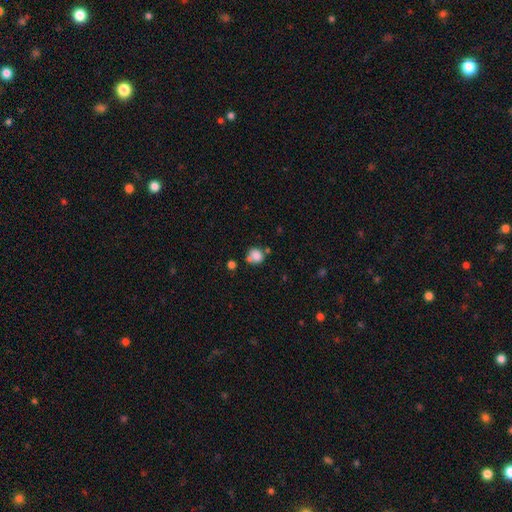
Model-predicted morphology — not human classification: Smooth or featured: smooth — 81% (star or artifact — 11%)
How rounded: round — 72% (in between — 27%)
Merging: none — 51% (merger — 25%)